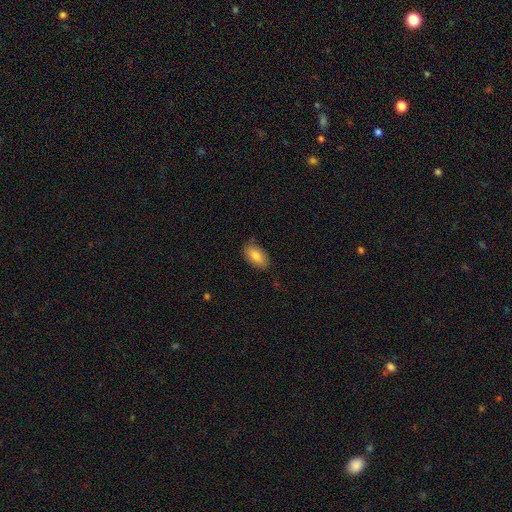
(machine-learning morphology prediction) smooth-or-featured: smooth: 80% | featured or disk: 13% | star or artifact: 7%
  how-rounded: in between: 93% | round: 5% | cigar-shaped: 2%
  merging: none: 78% | minor disturbance: 18% | major disturbance: 3% | merger: 1%